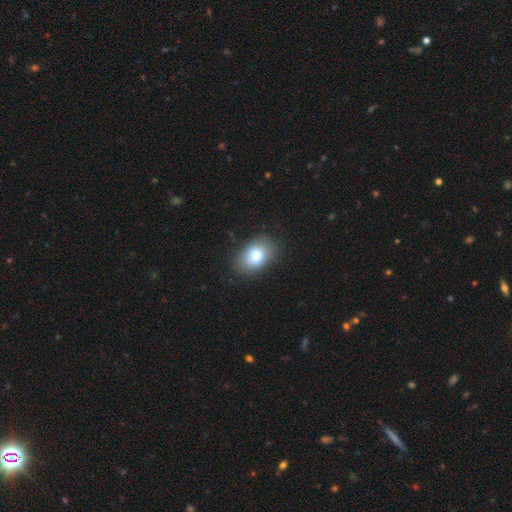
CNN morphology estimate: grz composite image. It shows a smooth galaxy with no disk features (79%) that is in between round and cigar-shaped (84%). Merging: none (83%).